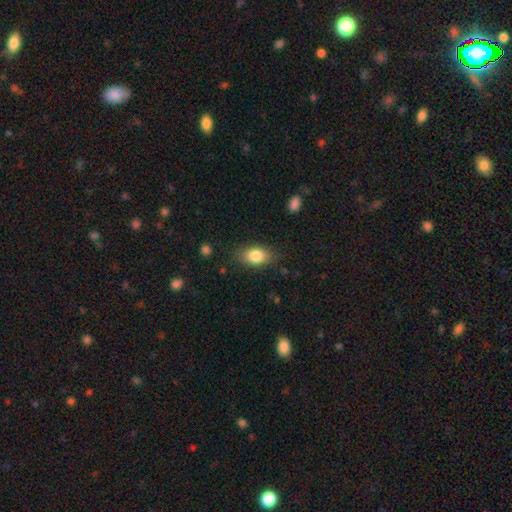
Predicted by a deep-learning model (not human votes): The model was most divided on "merging": none: 81%, minor disturbance: 14%, major disturbance: 4%, merger: 1%. More confident: how rounded — in between (86%); smooth or featured — smooth (82%).